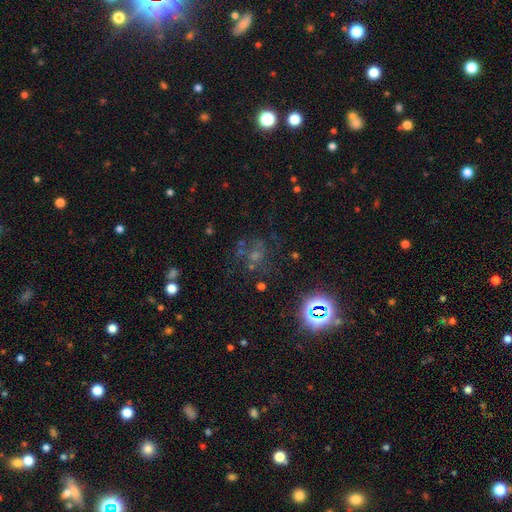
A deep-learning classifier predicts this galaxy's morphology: smooth-or-featured: star or artifact: 52% | smooth: 24% | featured or disk: 24%